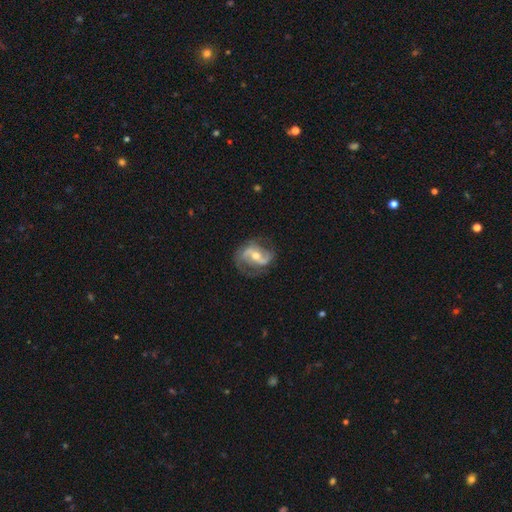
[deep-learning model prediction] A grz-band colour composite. It shows a featured or disk galaxy (85%) with a weak bar (40%), 2 (88%) loose (44%) spiral arms (94%) and a moderate central bulge (64%). Merging: none (71%).